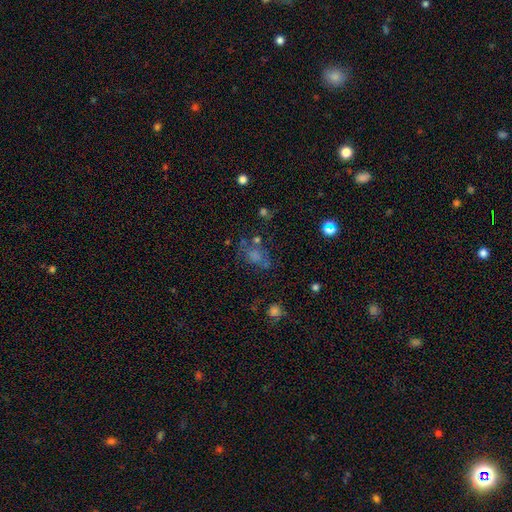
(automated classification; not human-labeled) The model was most divided on "smooth or featured": smooth: 47%, featured or disk: 27%, star or artifact: 26%. More confident: merging — none (51%).